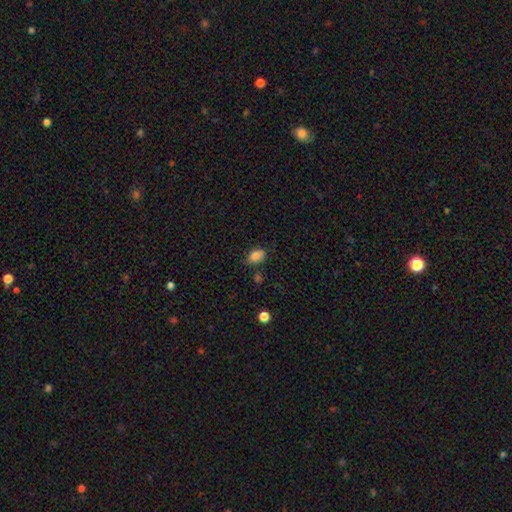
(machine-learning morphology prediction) Smooth or featured?
  - smooth: 84% *
  - star or artifact: 10%
  - featured or disk: 6%
How rounded?
  - in between: 86% *
  - round: 12%
  - cigar-shaped: 2%
Merging?
  - none: 65% *
  - minor disturbance: 26%
  - major disturbance: 5%
  - merger: 4%